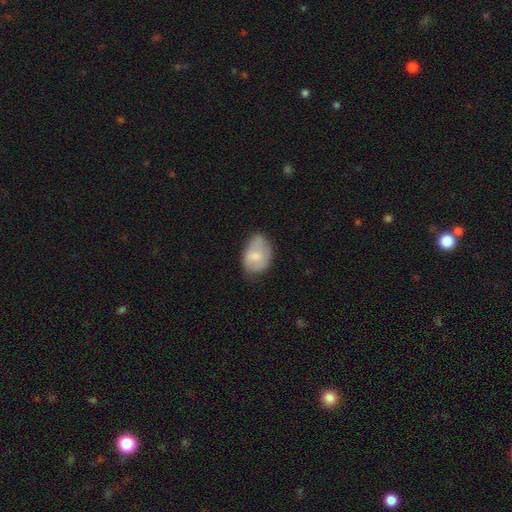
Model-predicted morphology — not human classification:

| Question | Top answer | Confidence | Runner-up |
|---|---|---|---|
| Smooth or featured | smooth | 68% | featured or disk (25%) |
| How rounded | in between | 80% | round (19%) |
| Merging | none | 45% | minor disturbance (39%) |